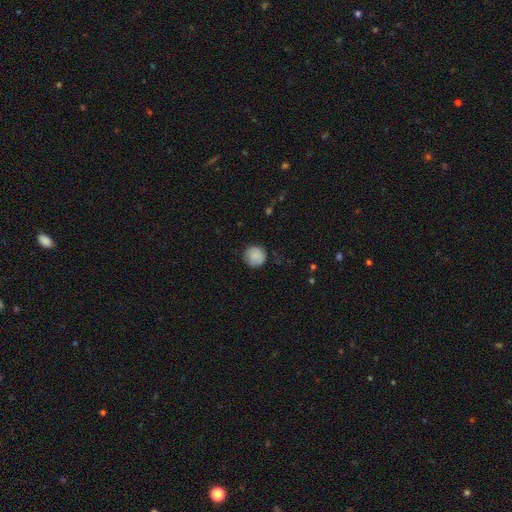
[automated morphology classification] smooth 87%, star or artifact 7%, featured or disk 5%. Down the decision tree: how rounded — round (93%); merging — none (82%).